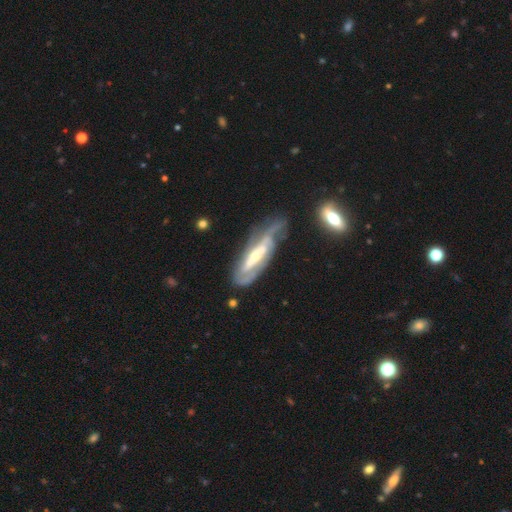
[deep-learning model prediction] smooth_or_featured: featured or disk (p=0.78) [alt: smooth p=0.17]
disk_edge_on: no (p=0.79) [alt: yes p=0.21]
bar: strong (p=0.47) [alt: weak p=0.29]
has_spiral_arms: yes (p=0.85) [alt: no p=0.15]
spiral_winding: tight (p=0.44) [alt: medium p=0.38]
spiral_arm_count: 2 (p=0.48) [alt: can't tell p=0.31]
bulge_size: small (p=0.44) [alt: moderate p=0.43]
merging: none (p=0.45) [alt: minor disturbance p=0.26]